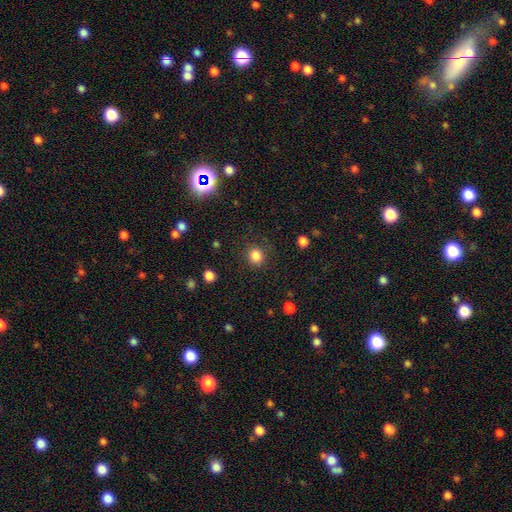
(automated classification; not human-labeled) Overall: smooth (84%). How rounded: round (85%). Merging: none (86%).